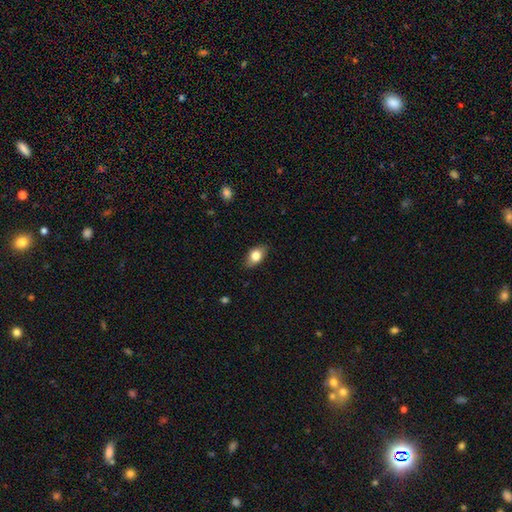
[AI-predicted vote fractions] A smooth galaxy with no disk features (79%) that is in between round and cigar-shaped (87%).

Vote fractions:
- Smooth or featured? smooth: 79% / featured or disk: 14% / star or artifact: 7%
- How rounded? in between: 87% / round: 11% / cigar-shaped: 3%
- Merging? none: 84% / minor disturbance: 12% / major disturbance: 2% / merger: 1%